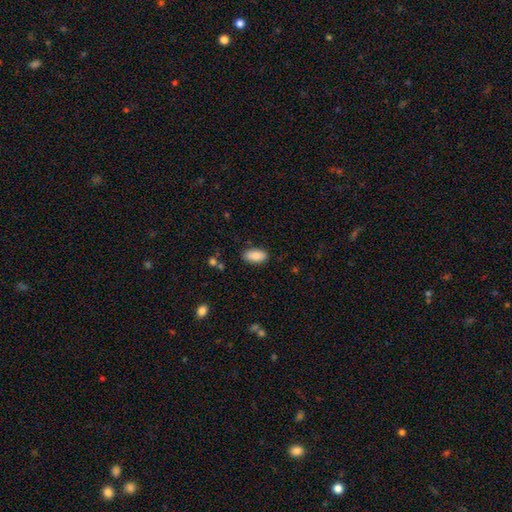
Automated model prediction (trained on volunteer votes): Smooth or featured? Predicted: smooth (p=0.86). How rounded? Predicted: in between (p=0.93). Merging? Predicted: none (p=0.85).